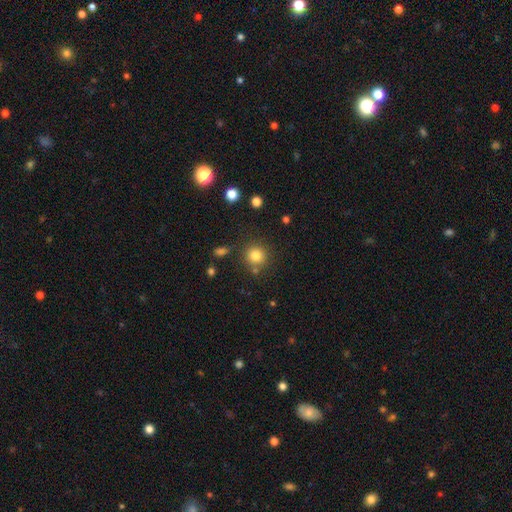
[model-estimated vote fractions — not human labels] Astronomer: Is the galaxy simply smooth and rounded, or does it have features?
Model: smooth — 80%.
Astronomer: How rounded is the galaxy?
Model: round — 92%.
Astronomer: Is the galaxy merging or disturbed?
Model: none — 80%.